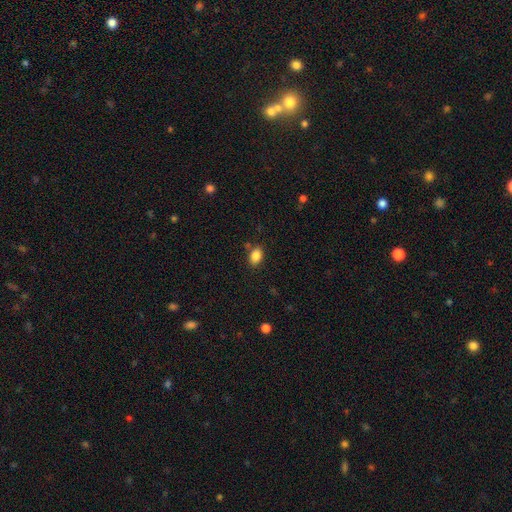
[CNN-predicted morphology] This appears to be a smooth galaxy with no disk features (86%) that is in between round and cigar-shaped (84%). Merging: none (79%).